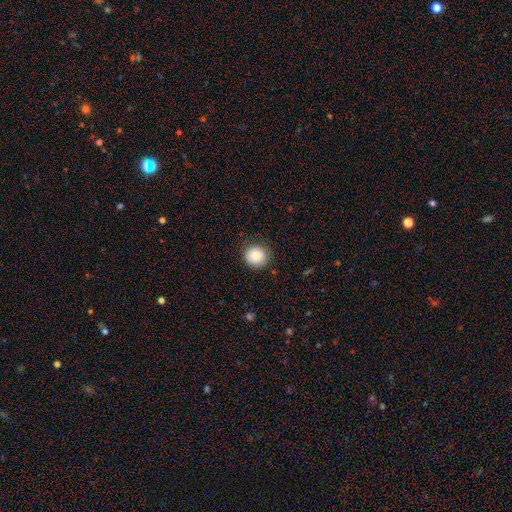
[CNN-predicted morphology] smooth 81%, featured or disk 10%, star or artifact 9%. Down the decision tree: how rounded — round (93%); merging — none (86%).